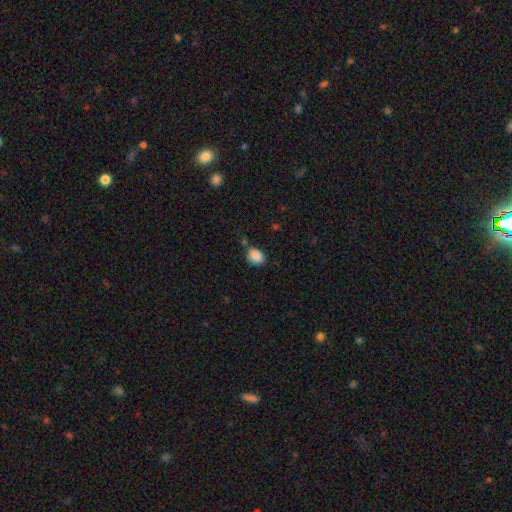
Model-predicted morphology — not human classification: The model was most divided on "how rounded": in between: 69%, round: 30%, cigar-shaped: 1%. More confident: smooth or featured — smooth (88%); merging — none (71%).